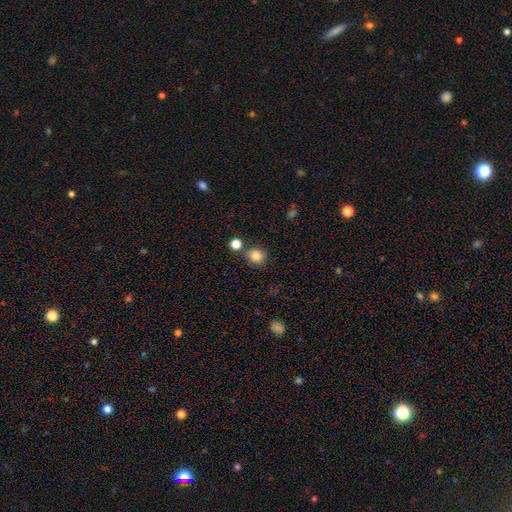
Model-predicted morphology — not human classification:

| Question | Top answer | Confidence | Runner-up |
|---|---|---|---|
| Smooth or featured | smooth | 83% | star or artifact (11%) |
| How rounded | round | 78% | in between (21%) |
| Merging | none | 75% | minor disturbance (11%) |